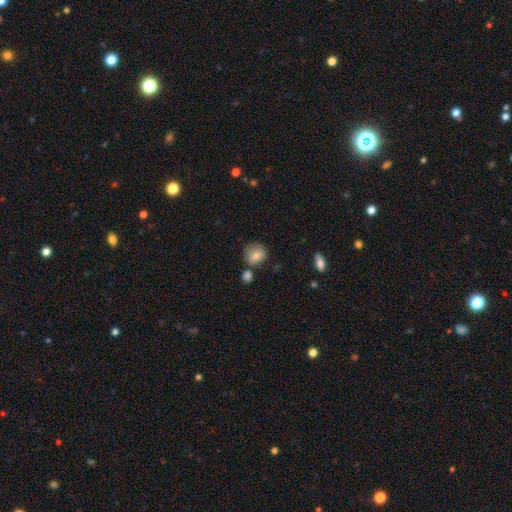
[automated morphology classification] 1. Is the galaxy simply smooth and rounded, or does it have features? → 78% smooth, 13% featured or disk, 9% star or artifact.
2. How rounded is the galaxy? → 78% round, 21% in between, 1% cigar-shaped.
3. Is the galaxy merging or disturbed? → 61% none, 19% minor disturbance, 15% merger, 5% major disturbance.